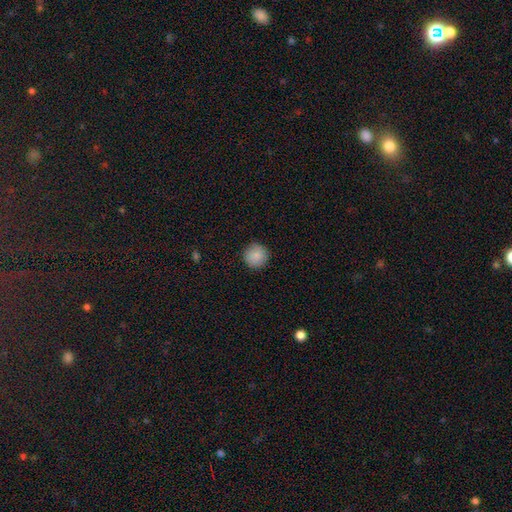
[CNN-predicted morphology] smooth-or-featured: smooth: 88% | star or artifact: 8% | featured or disk: 4%
  how-rounded: round: 95% | in between: 4% | cigar-shaped: 1%
  merging: none: 90% | minor disturbance: 7% | major disturbance: 2% | merger: 1%